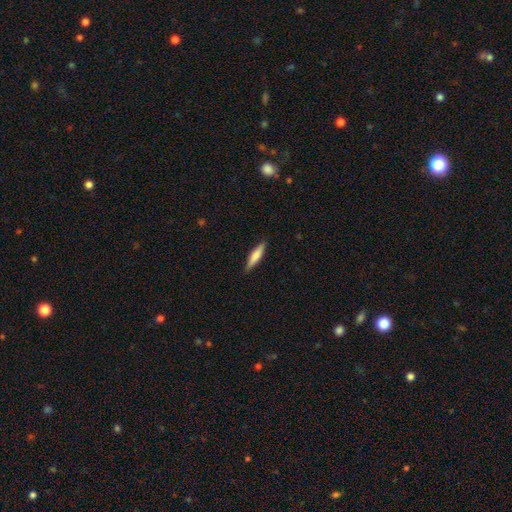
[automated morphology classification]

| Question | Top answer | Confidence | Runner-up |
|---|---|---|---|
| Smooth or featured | smooth | 67% | featured or disk (27%) |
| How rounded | cigar-shaped | 79% | in between (19%) |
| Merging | none | 89% | minor disturbance (9%) |